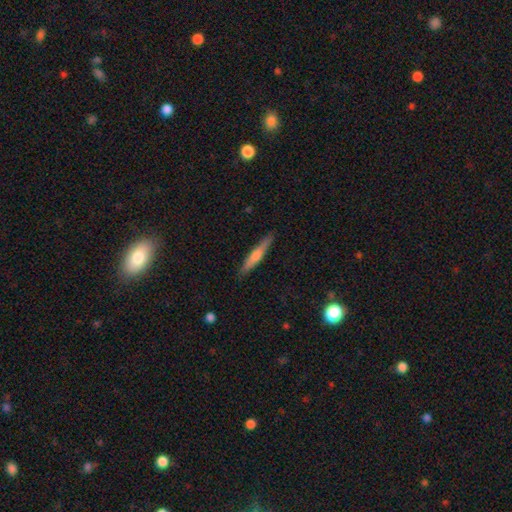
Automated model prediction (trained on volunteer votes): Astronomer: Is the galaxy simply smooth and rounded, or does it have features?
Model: featured or disk — 49% (runner-up: smooth, 45%).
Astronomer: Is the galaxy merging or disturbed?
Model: none — 89%.